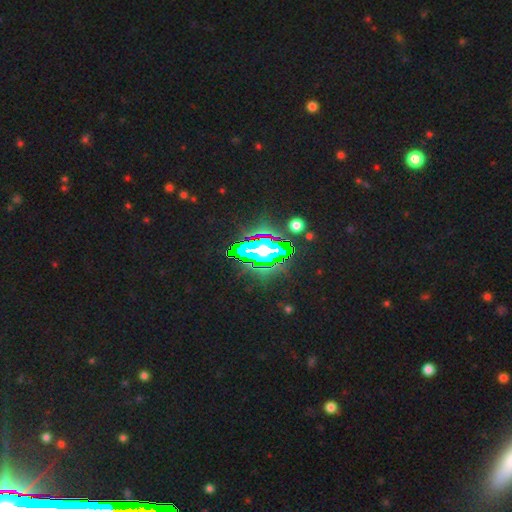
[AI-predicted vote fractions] Overall: star or artifact (83%).